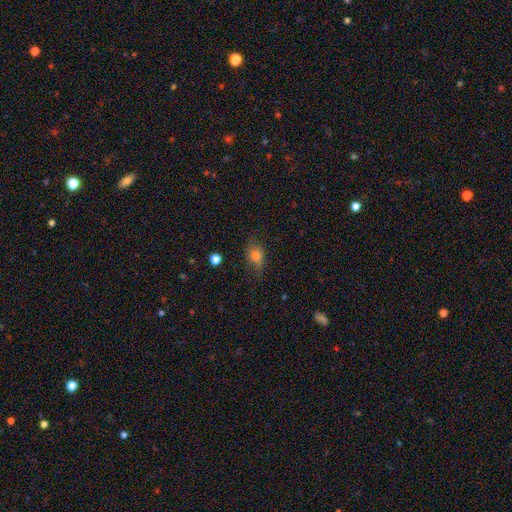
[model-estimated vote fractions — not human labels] Q: Smooth or featured?
A: smooth (70%); runner-up: featured or disk (17%)
Q: How rounded?
A: in between (62%); runner-up: round (34%)
Q: Merging?
A: none (59%); runner-up: minor disturbance (28%)